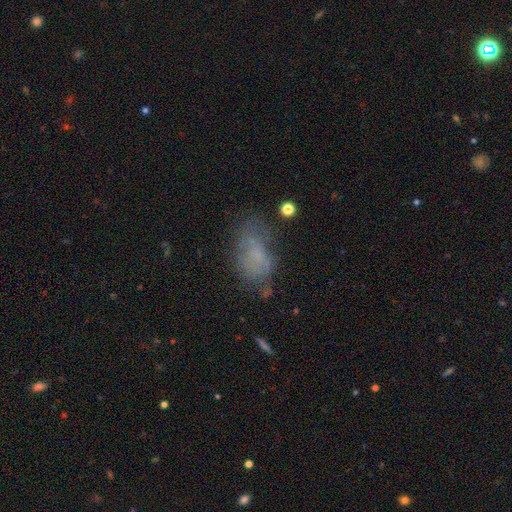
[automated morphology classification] Smooth or featured?
  - smooth: 59% *
  - featured or disk: 26%
  - star or artifact: 16%
How rounded?
  - in between: 88% *
  - round: 9%
  - cigar-shaped: 3%
Merging?
  - none: 44% *
  - minor disturbance: 27%
  - major disturbance: 24%
  - merger: 6%